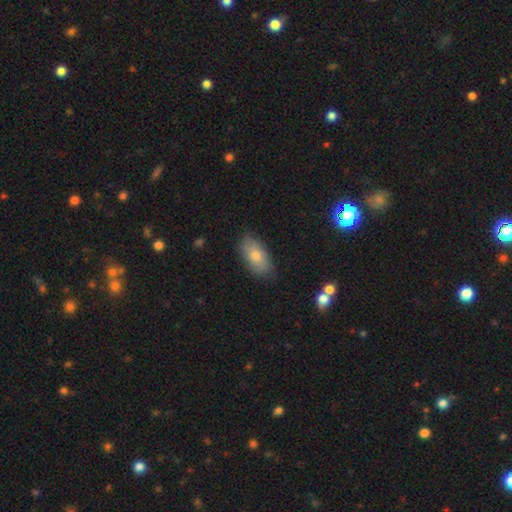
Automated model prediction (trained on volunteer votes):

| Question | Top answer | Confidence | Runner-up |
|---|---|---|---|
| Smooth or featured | smooth | 72% | featured or disk (20%) |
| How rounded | in between | 90% | cigar-shaped (5%) |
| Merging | none | 83% | minor disturbance (13%) |